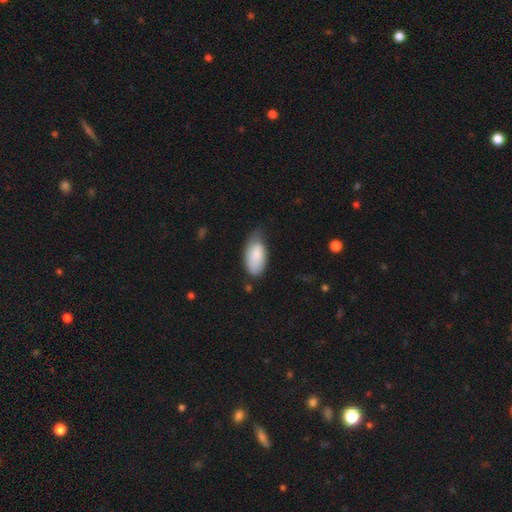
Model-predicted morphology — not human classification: The model was most divided on "merging": none: 46%, minor disturbance: 41%, major disturbance: 11%, merger: 2%. More confident: how rounded — in between (93%); smooth or featured — smooth (83%).